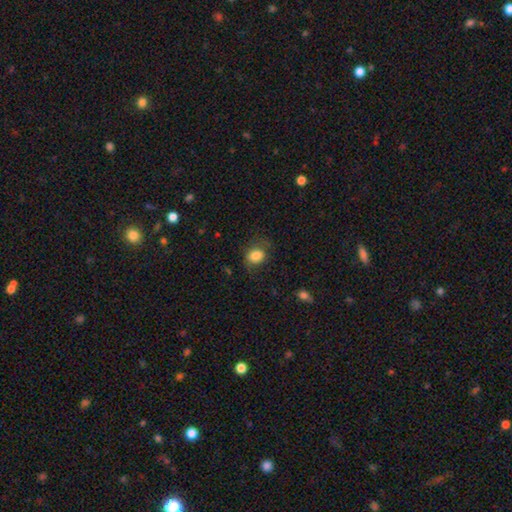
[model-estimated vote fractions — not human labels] Smooth or featured? smooth (82%)
How rounded? in between (55%)
Merging? none (64%)